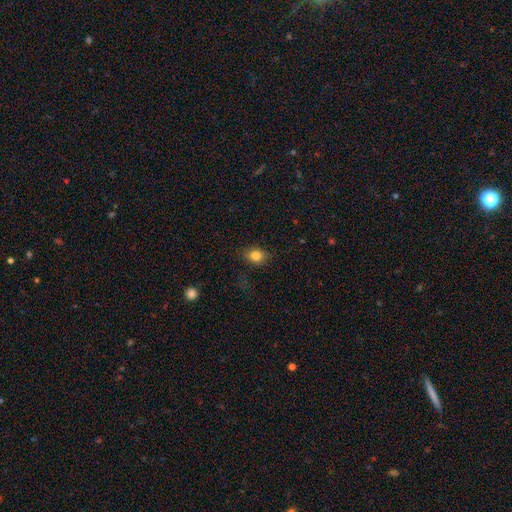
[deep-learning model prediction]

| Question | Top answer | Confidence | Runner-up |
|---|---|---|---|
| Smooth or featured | smooth | 82% | star or artifact (11%) |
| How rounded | in between | 57% | round (41%) |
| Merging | none | 80% | minor disturbance (14%) |